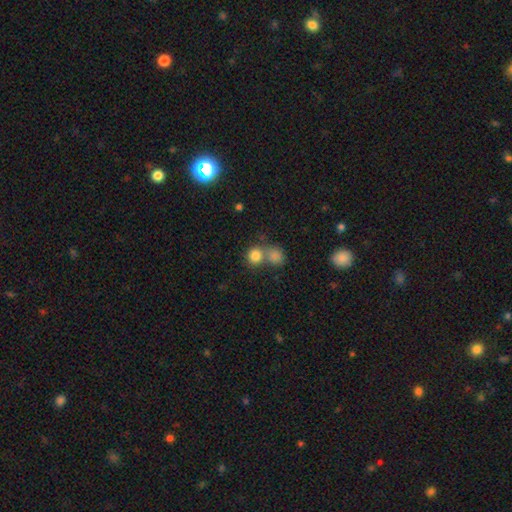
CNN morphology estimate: Smooth or featured: smooth — 82% (star or artifact — 11%)
How rounded: round — 85% (in between — 14%)
Merging: none — 48% (merger — 41%)